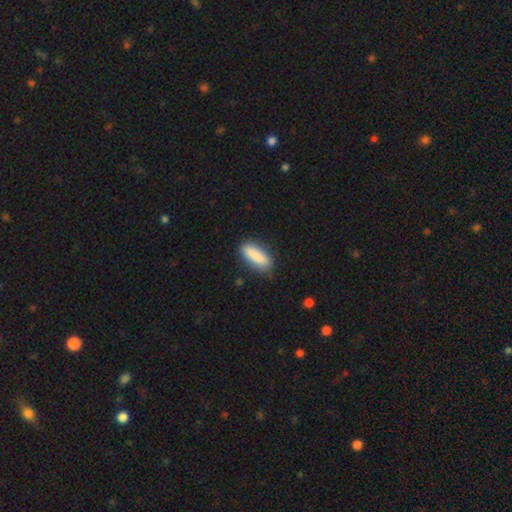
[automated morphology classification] smooth_or_featured: smooth (p=0.86) [alt: featured or disk p=0.07]
how_rounded: in between (p=0.57) [alt: cigar-shaped p=0.41]
merging: none (p=0.81) [alt: minor disturbance p=0.14]